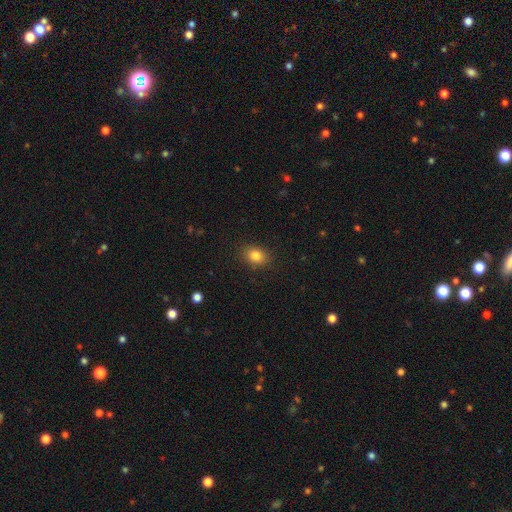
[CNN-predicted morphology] smooth-or-featured: smooth: 83% | star or artifact: 10% | featured or disk: 6%
  how-rounded: in between: 60% | round: 39% | cigar-shaped: 1%
  merging: none: 87% | minor disturbance: 9% | major disturbance: 3% | merger: 1%